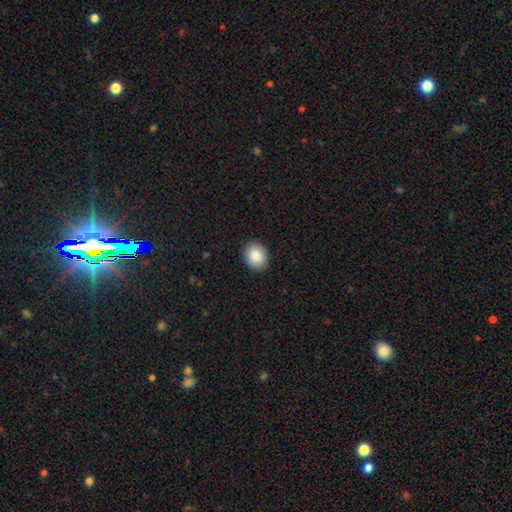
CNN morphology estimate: smooth_or_featured: smooth (p=0.87) [alt: star or artifact p=0.07]
how_rounded: round (p=0.50) [alt: in between p=0.49]
merging: none (p=0.90) [alt: minor disturbance p=0.07]